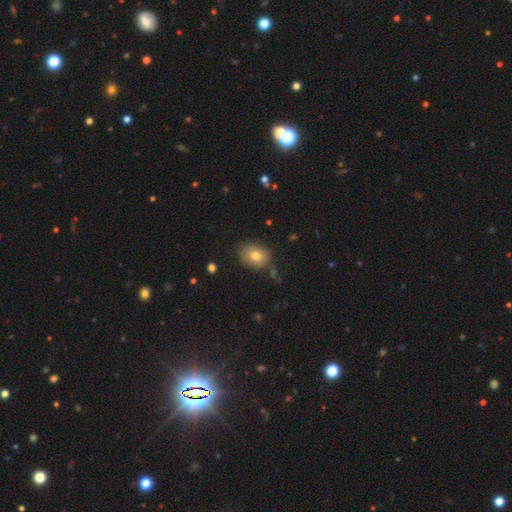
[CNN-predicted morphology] This appears to be a smooth galaxy with no disk features (77%) that is in between round and cigar-shaped (65%). Merging: none (75%).